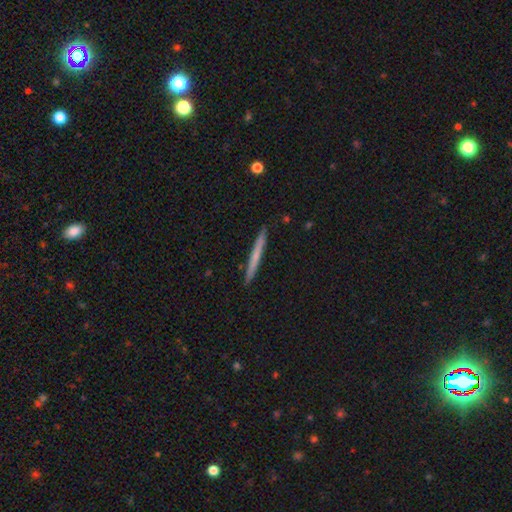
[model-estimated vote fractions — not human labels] Overall: smooth (57%; featured or disk 38%). How rounded: cigar-shaped (97%). Merging: none (92%).